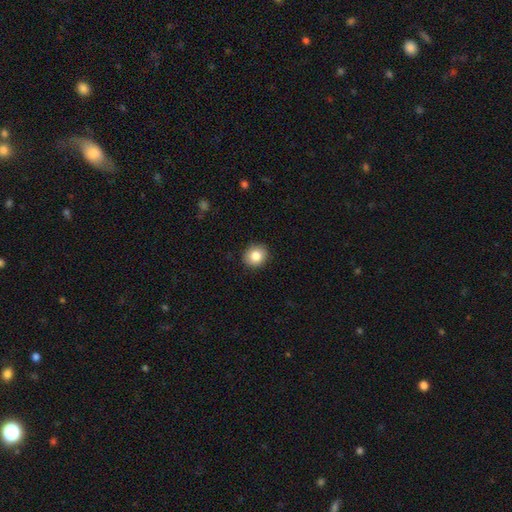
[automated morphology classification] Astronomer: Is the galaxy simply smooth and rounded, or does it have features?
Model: smooth — 84%.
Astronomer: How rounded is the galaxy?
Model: round — 76%.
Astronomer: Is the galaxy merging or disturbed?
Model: none — 90%.